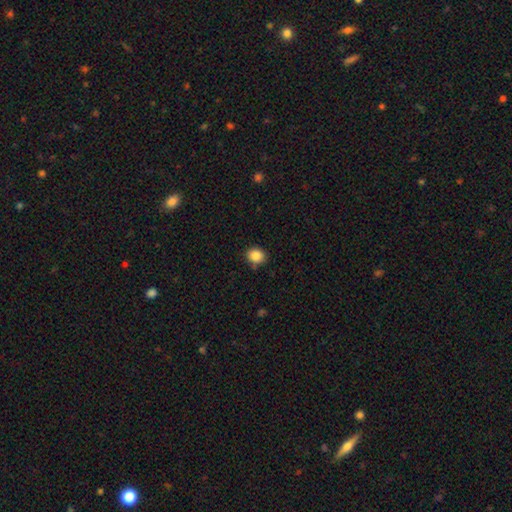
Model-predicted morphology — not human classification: Overall: smooth (86%). How rounded: round (70%). Merging: none (85%).